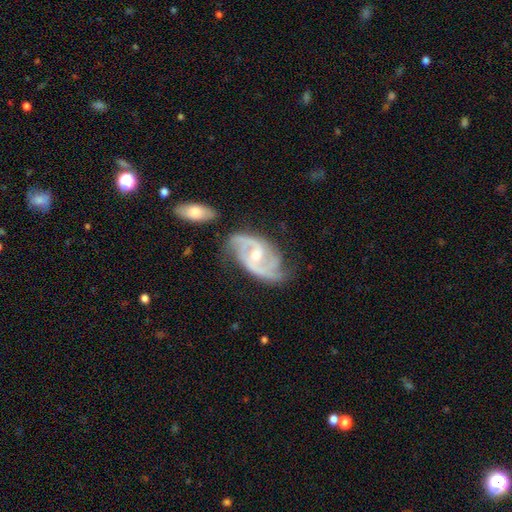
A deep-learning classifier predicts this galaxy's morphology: smooth-or-featured: featured or disk: 89% | smooth: 6% | star or artifact: 5%
  disk-edge-on: no: 96% | yes: 4%
    bar: no: 43% | weak: 42% | strong: 15%
    has-spiral-arms: yes: 97% | no: 3%
      spiral-winding: medium: 50% | tight: 30% | loose: 21%
      spiral-arm-count: 2: 63% | 3: 19% | can't tell: 8% | 4: 3% | 1: 3% | more than 4: 3%
    bulge-size: moderate: 55% | small: 42% | large: 1% | none: 1% | dominant: 1%
  merging: none: 62% | minor disturbance: 24% | major disturbance: 9% | merger: 5%